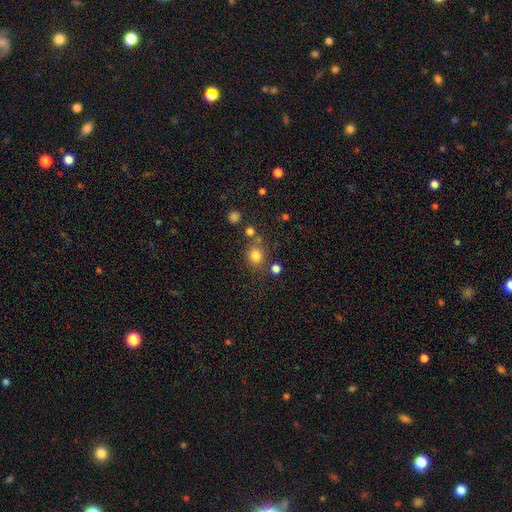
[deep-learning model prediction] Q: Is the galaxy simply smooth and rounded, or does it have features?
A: smooth — 80%.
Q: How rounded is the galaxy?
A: round — 80%.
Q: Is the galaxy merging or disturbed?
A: none — 72%.